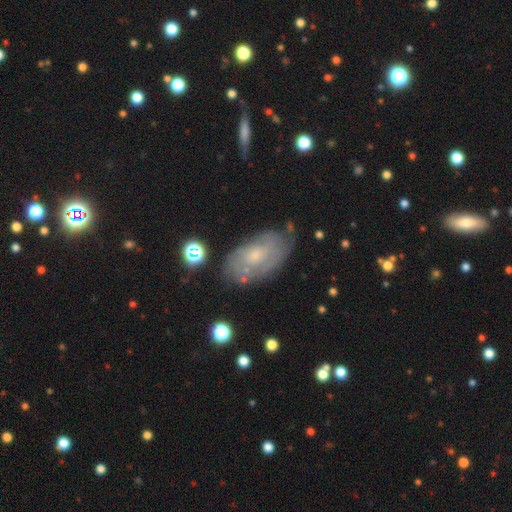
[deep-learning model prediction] This is possibly a featured or disk galaxy (56%). It is clearly not viewed edge-on (92%). Bar: likely no (78%). Spiral arm pattern: likely yes (65%). Central bulge: likely small (63%). Merging: likely none (67%).